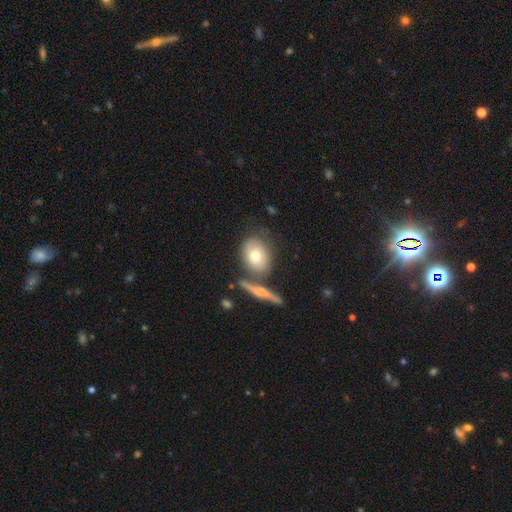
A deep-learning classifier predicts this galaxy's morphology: Smooth or featured? Predicted: smooth (p=0.66). How rounded? Predicted: in between (p=0.68). Merging? Predicted: none (p=0.58).